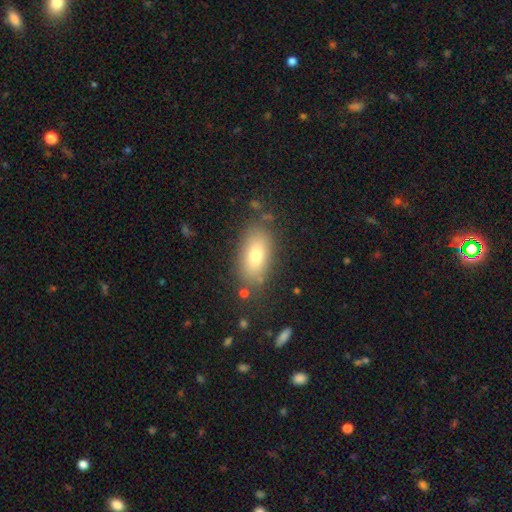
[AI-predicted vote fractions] Overall: smooth (74%). How rounded: in between (89%). Merging: none (80%).